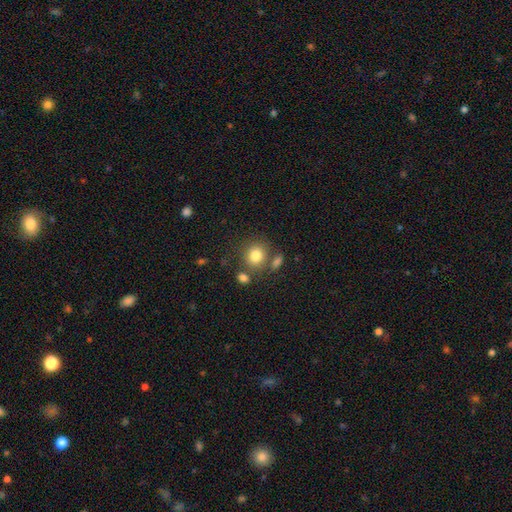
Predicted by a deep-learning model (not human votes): Overall: smooth (81%). How rounded: round (79%). Merging: none (68%).